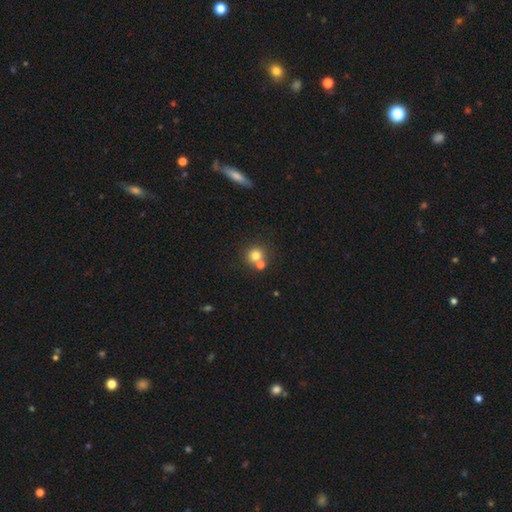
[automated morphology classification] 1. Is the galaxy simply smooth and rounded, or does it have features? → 77% smooth, 13% star or artifact, 11% featured or disk.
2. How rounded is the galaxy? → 89% round, 10% in between, 1% cigar-shaped.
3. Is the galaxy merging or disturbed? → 58% none, 32% merger, 7% minor disturbance, 3% major disturbance.